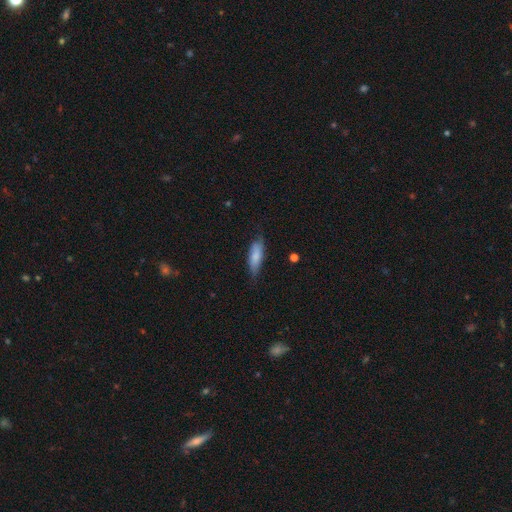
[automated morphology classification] smooth_or_featured: smooth (p=0.74) [alt: featured or disk p=0.20]
how_rounded: in between (p=0.53) [alt: cigar-shaped p=0.45]
merging: none (p=0.66) [alt: minor disturbance p=0.27]